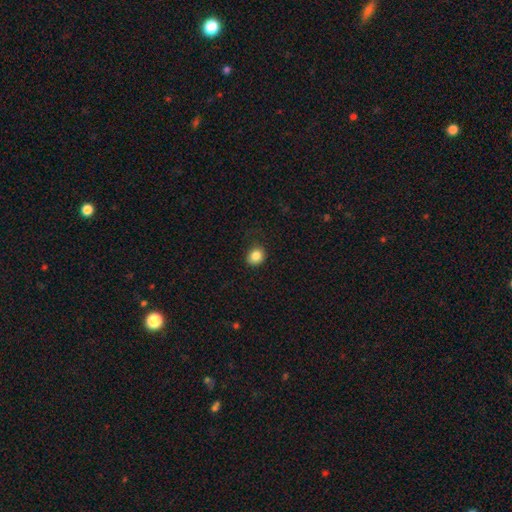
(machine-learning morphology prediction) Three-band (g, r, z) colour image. It shows a smooth galaxy with no disk features (85%) that is round (66%). Merging: none (81%).